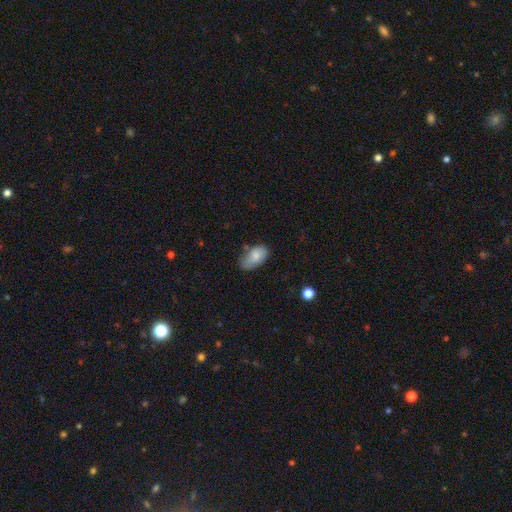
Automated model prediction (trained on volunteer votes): Smooth or featured? Predicted: smooth (p=0.79). How rounded? Predicted: in between (p=0.93). Merging? Predicted: none (p=0.51).